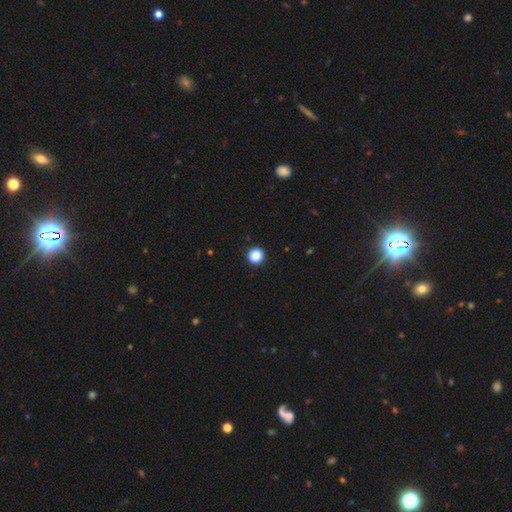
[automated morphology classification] Smooth or featured: smooth — 87% (star or artifact — 10%)
How rounded: round — 96% (in between — 3%)
Merging: none — 94% (minor disturbance — 4%)